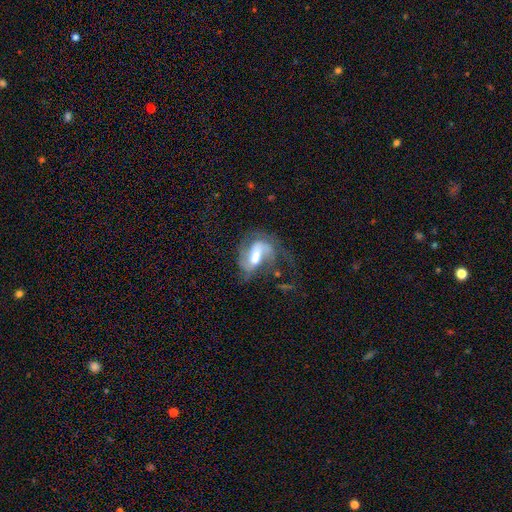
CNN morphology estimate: Smooth or featured: featured or disk — 73% (smooth — 19%)
Edge-on disk: no — 96% (yes — 4%)
Bar: weak — 43% (strong — 29%)
Spiral arms: yes — 86% (no — 14%)
Spiral winding: medium — 44% (loose — 37%)
Spiral arm count: 2 — 50% (1 — 19%)
Bulge size: moderate — 47% (large — 26%)
Merging: major disturbance — 41% (none — 34%)